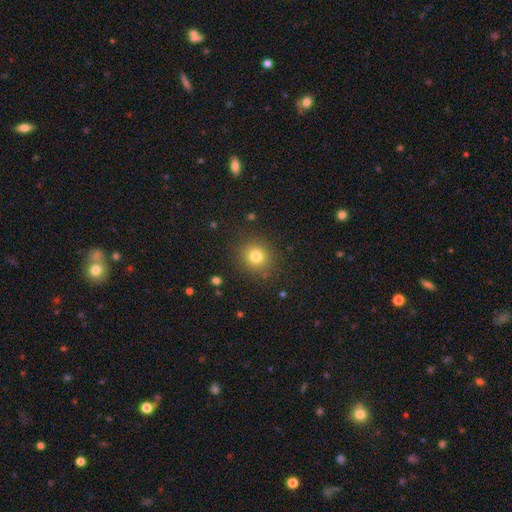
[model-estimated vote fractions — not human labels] Smooth or featured?
  - smooth: 79% *
  - star or artifact: 13%
  - featured or disk: 8%
How rounded?
  - round: 88% *
  - in between: 11%
  - cigar-shaped: 1%
Merging?
  - none: 87% *
  - minor disturbance: 9%
  - major disturbance: 3%
  - merger: 1%